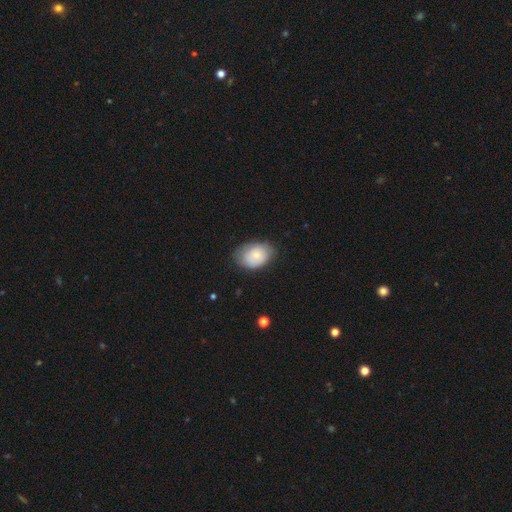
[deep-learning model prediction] Morphology: type=smooth (73%); roundness=in between (78%); merging=none (68%).